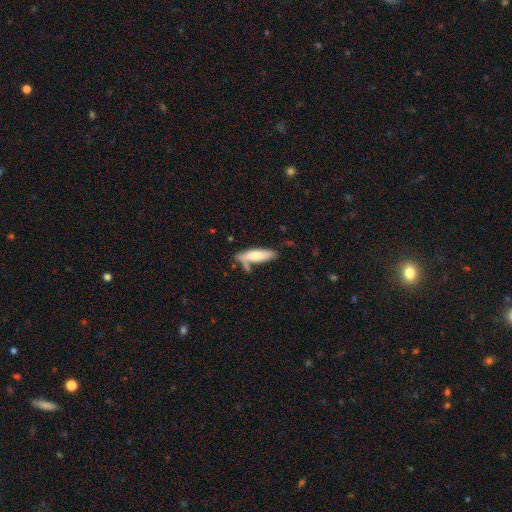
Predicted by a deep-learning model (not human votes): This appears to be a smooth galaxy with no disk features (69%) that is cigar-shaped (57%). Merging: none (58%).